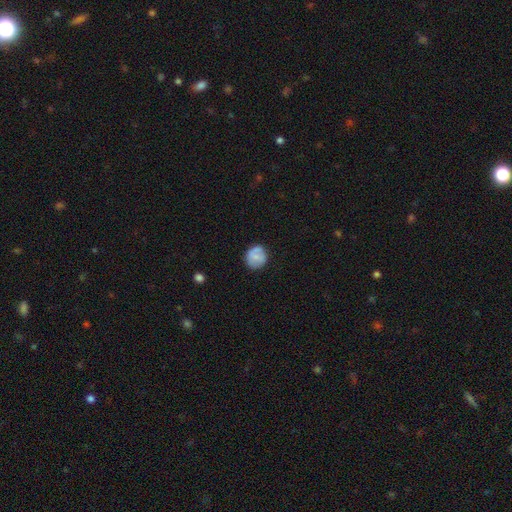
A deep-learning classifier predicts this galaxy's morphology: smooth-or-featured: smooth: 67% | featured or disk: 25% | star or artifact: 8%
  how-rounded: round: 86% | in between: 13% | cigar-shaped: 1%
  merging: none: 76% | minor disturbance: 17% | major disturbance: 5% | merger: 2%